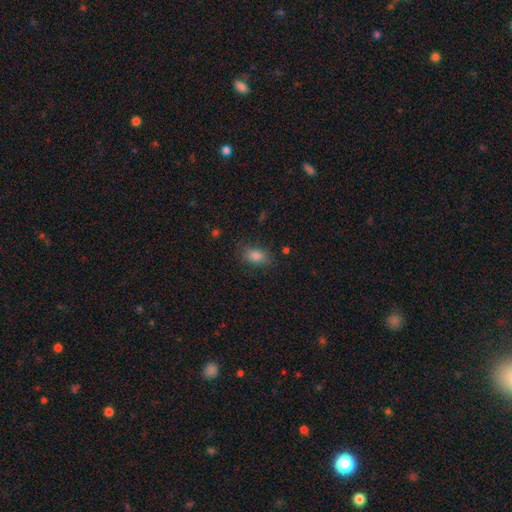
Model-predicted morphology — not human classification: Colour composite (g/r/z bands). It shows a smooth galaxy with no disk features (84%) that is in between round and cigar-shaped (83%). Merging: none (78%).